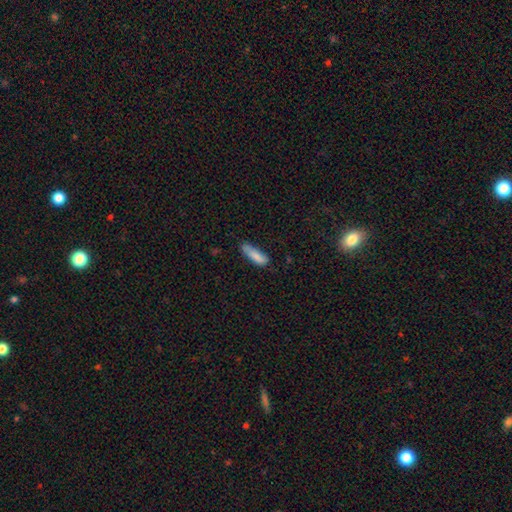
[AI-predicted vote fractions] Q: Smooth or featured?
A: smooth (84%); runner-up: featured or disk (9%)
Q: How rounded?
A: cigar-shaped (55%); runner-up: in between (44%)
Q: Merging?
A: none (59%); runner-up: minor disturbance (31%)